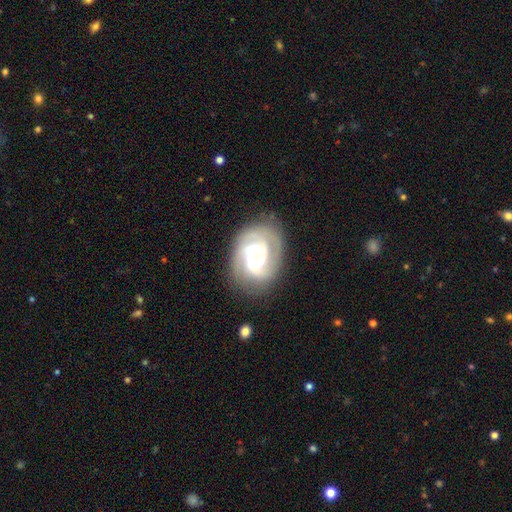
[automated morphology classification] Smooth or featured? featured or disk (85%)
Edge-on disk? no (98%)
Bar? no (55%)
Spiral arms? yes (96%)
Spiral winding? tight (56%)
Spiral arm count? 3 (34%)
Bulge size? small (68%)
Merging? none (74%)